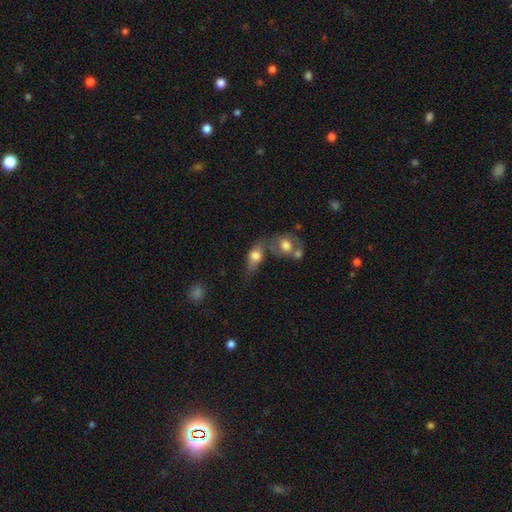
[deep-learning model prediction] Smooth or featured? Predicted: smooth (p=0.65). How rounded? Predicted: in between (p=0.76). Merging? Predicted: merger (p=0.49).